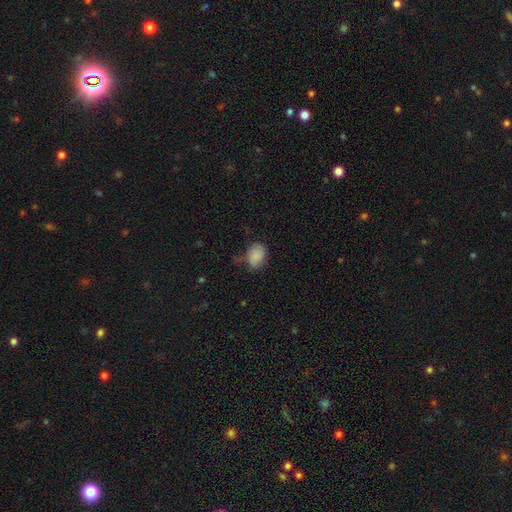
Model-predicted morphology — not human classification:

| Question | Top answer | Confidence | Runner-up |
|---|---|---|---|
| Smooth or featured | smooth | 86% | star or artifact (8%) |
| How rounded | in between | 74% | round (25%) |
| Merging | none | 67% | minor disturbance (25%) |